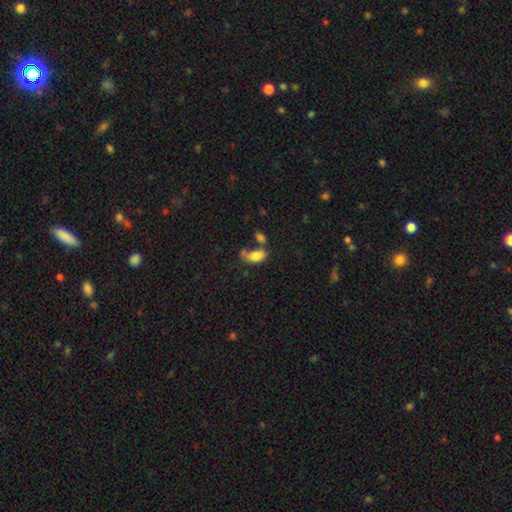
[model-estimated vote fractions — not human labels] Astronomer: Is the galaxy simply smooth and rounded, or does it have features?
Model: smooth — 80%.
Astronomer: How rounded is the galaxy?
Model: in between — 91%.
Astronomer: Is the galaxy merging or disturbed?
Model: none — 36% (runner-up: merger, 32%).